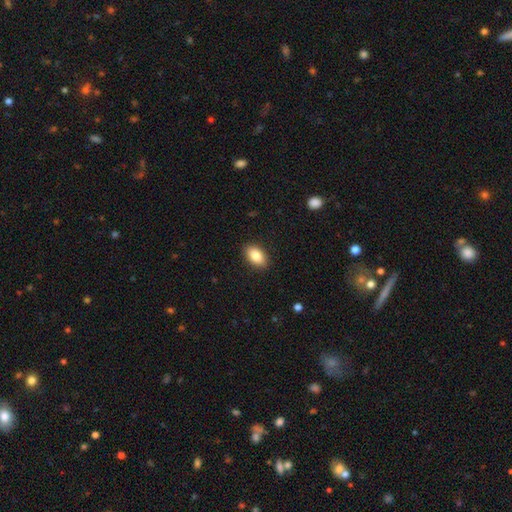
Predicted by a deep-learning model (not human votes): Smooth or featured? Predicted: smooth (p=0.86). How rounded? Predicted: in between (p=0.91). Merging? Predicted: none (p=0.89).